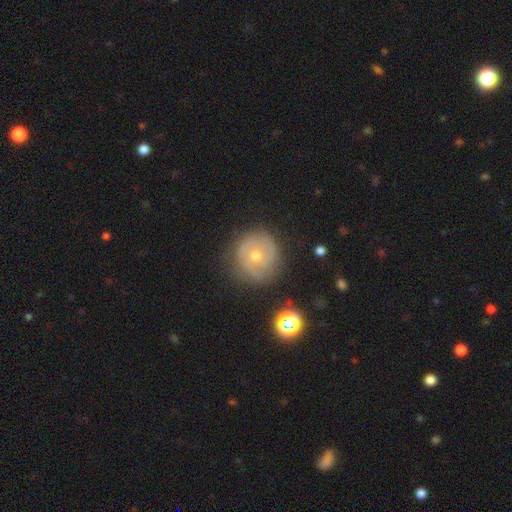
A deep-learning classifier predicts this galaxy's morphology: Overall: featured or disk (68%). Edge-on disk: no (97%). Bar: no (79%). Spiral arms: yes (84%). Spiral arm count: 2 (48%; can't tell 27%). Spiral winding: tight (64%; medium 27%). Bulge size: moderate (49%; small 48%). Merging: none (80%).